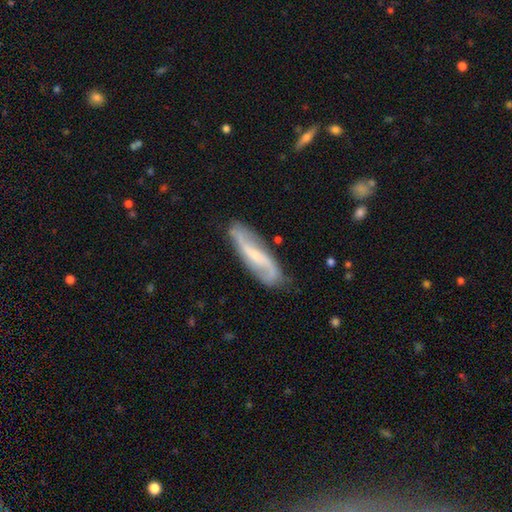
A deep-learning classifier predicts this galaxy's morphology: type=featured or disk (78%); edge-on=no (85%); bar=weak (44%); spiral arms=yes (95%); winding=loose (52%); arm count=2 (90%); bulge=small (62%); merging=none (81%).